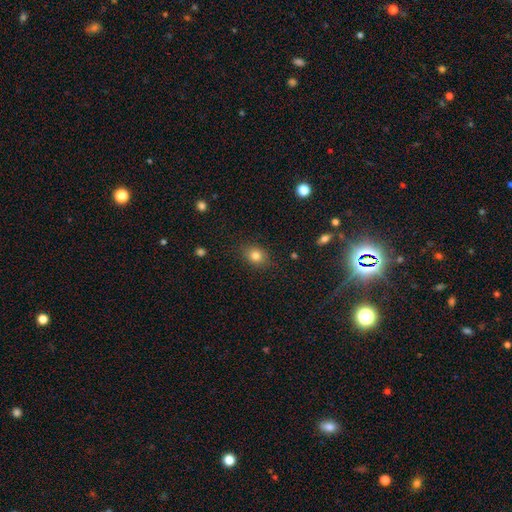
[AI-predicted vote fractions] Smooth or featured? smooth (82%)
How rounded? round (51%)
Merging? none (85%)